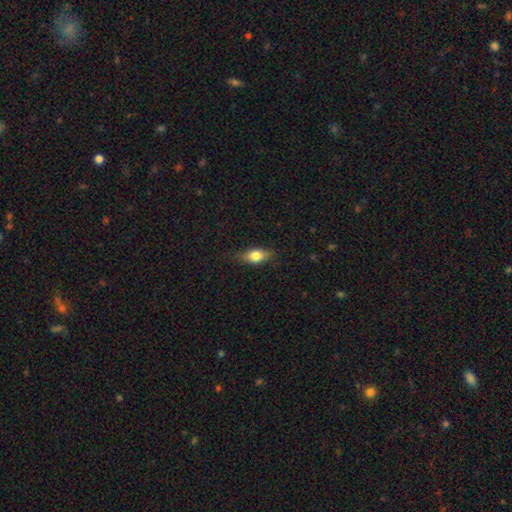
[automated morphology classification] This appears to be a smooth galaxy with no disk features (74%) that is in between round and cigar-shaped (79%). Merging: none (79%).